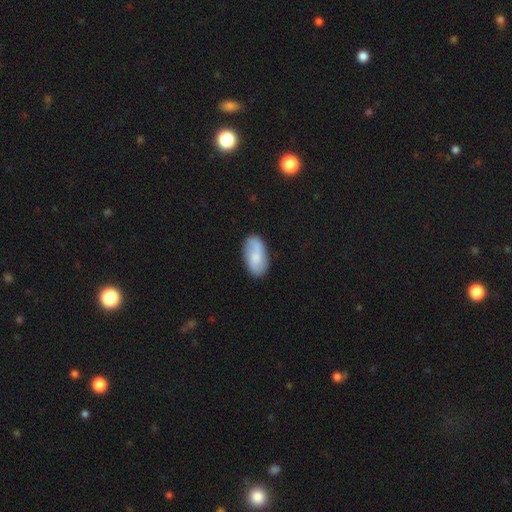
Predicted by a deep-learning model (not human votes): Morphology: type=smooth (67%); roundness=in between (93%); merging=none (81%).